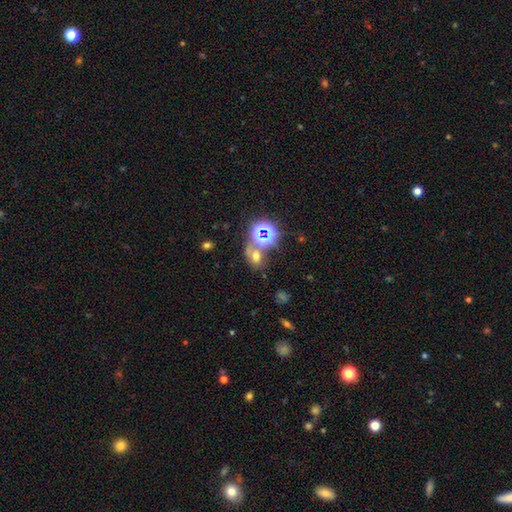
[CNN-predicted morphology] This appears to be a smooth galaxy with no disk features (48%). Merging: none (49%).